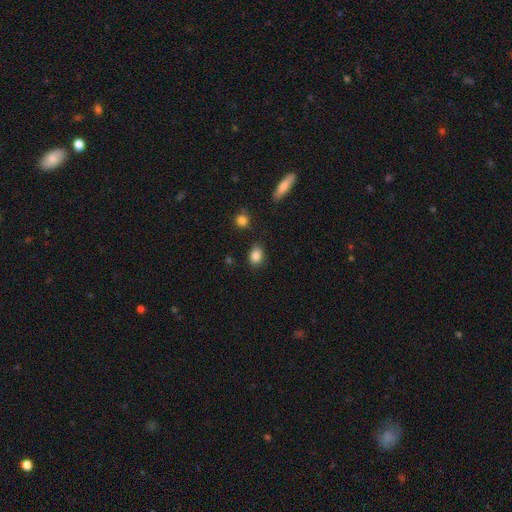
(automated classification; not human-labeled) Smooth or featured? Predicted: smooth (p=0.85). How rounded? Predicted: in between (p=0.70). Merging? Predicted: none (p=0.82).